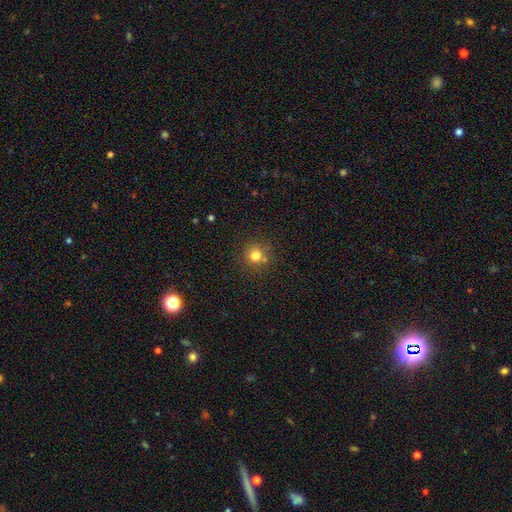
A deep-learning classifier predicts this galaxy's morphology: Smooth or featured? smooth (77%)
How rounded? round (89%)
Merging? none (73%)